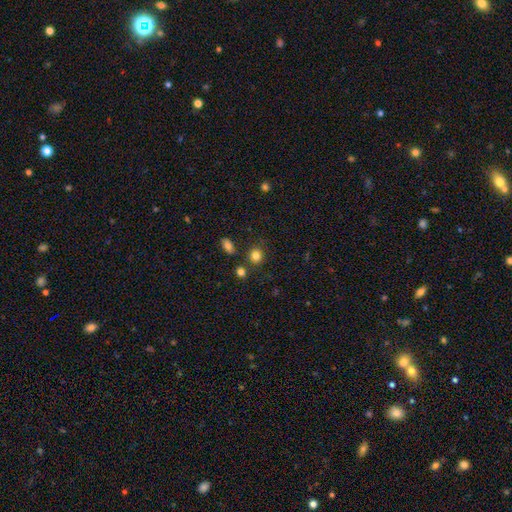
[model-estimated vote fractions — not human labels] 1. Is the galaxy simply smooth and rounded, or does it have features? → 83% smooth, 12% star or artifact, 5% featured or disk.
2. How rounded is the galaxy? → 81% round, 18% in between, 1% cigar-shaped.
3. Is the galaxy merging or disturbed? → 79% none, 10% minor disturbance, 8% merger, 3% major disturbance.